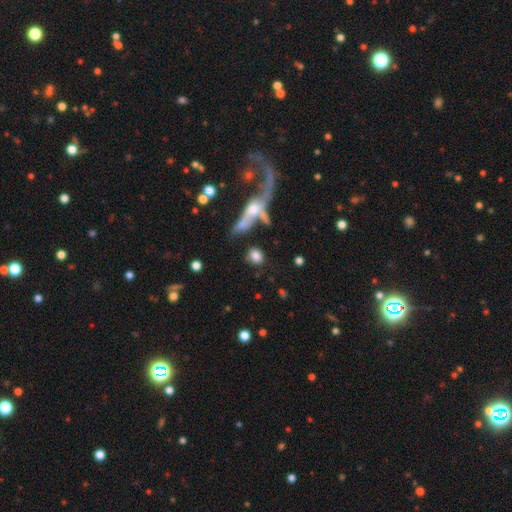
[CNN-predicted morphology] Smooth or featured? Predicted: smooth (p=0.79). How rounded? Predicted: round (p=0.62). Merging? Predicted: none (p=0.70).